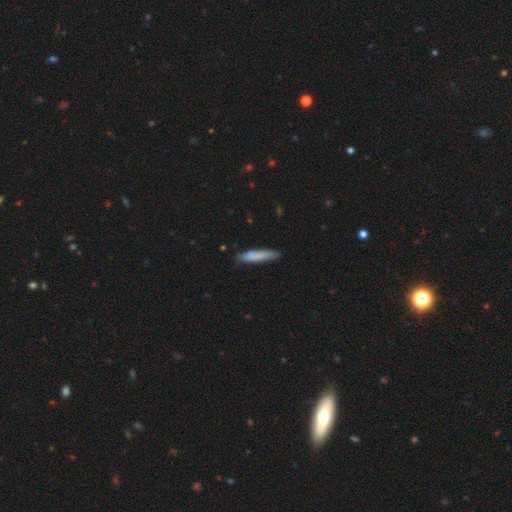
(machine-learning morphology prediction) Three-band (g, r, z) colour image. It shows a smooth galaxy with no disk features (80%) that is cigar-shaped (89%). Merging: none (81%).